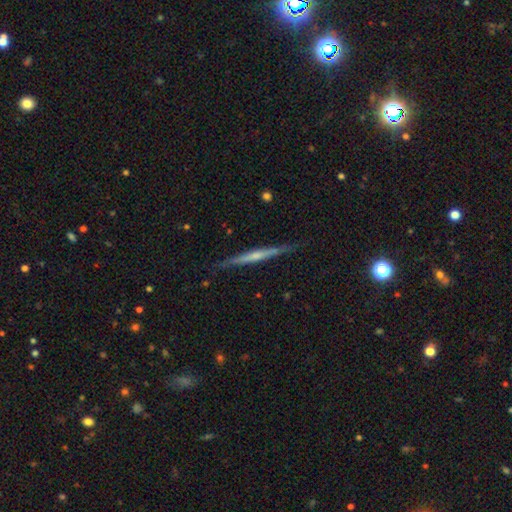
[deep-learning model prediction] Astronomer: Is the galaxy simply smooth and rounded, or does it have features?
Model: featured or disk — 68%.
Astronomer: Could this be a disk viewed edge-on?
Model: yes — 97%.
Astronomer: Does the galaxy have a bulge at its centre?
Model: none — 46% (runner-up: rounded, 44%).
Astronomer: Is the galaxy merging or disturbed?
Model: none — 84%.